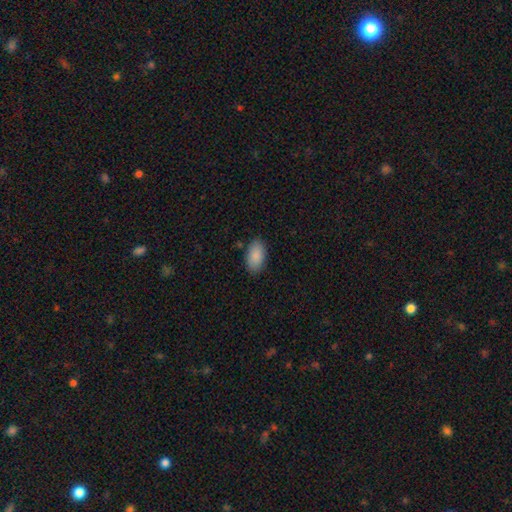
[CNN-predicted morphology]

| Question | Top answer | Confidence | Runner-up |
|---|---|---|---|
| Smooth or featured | smooth | 89% | star or artifact (6%) |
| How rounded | in between | 94% | round (3%) |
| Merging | none | 85% | minor disturbance (11%) |